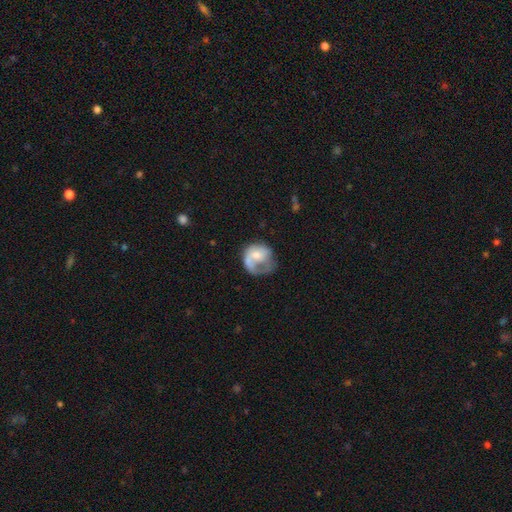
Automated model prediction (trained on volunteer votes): A featured or disk galaxy (50%). Merging: major disturbance (43%).